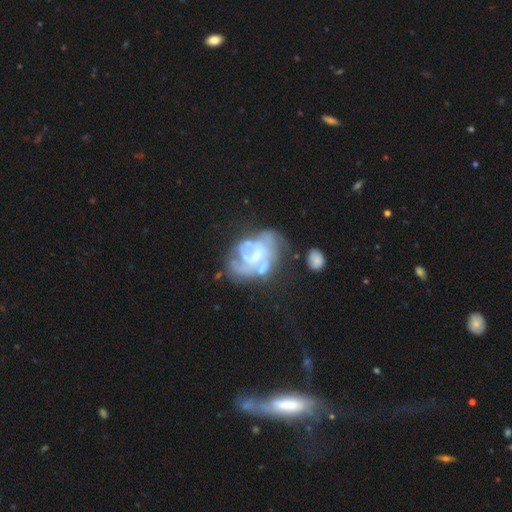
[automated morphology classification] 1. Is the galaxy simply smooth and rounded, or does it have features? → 73% featured or disk, 18% smooth, 9% star or artifact.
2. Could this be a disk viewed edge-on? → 98% no, 2% yes.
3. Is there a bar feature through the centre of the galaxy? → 64% no, 28% weak, 8% strong.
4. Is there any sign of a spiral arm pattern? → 52% no, 48% yes.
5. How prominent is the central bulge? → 39% small, 32% moderate, 23% none, 5% large, 2% dominant.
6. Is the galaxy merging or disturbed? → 34% major disturbance, 28% none, 20% merger, 19% minor disturbance.